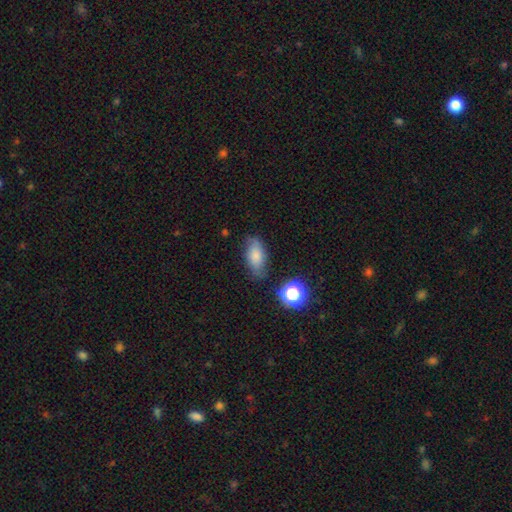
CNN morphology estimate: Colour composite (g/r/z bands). It shows a smooth galaxy with no disk features (75%) that is in between round and cigar-shaped (87%). Merging: none (70%).